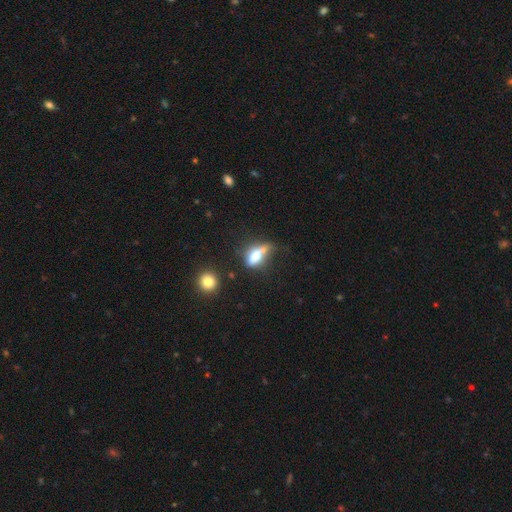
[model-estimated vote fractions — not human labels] smooth 64%, featured or disk 26%, star or artifact 10%. Down the decision tree: how rounded — in between (75%); merging — major disturbance (27%, tied with none).